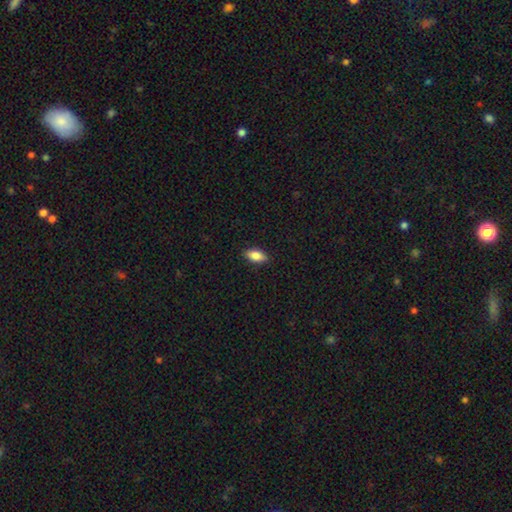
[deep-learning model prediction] Overall: smooth (83%). How rounded: in between (88%). Merging: none (89%).